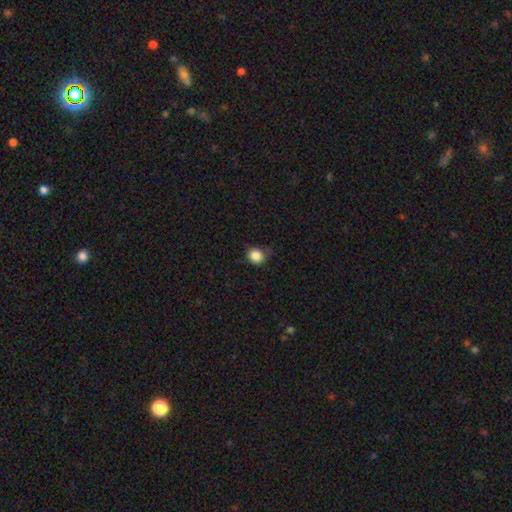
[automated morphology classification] Smooth or featured? smooth (85%)
How rounded? round (81%)
Merging? none (67%)